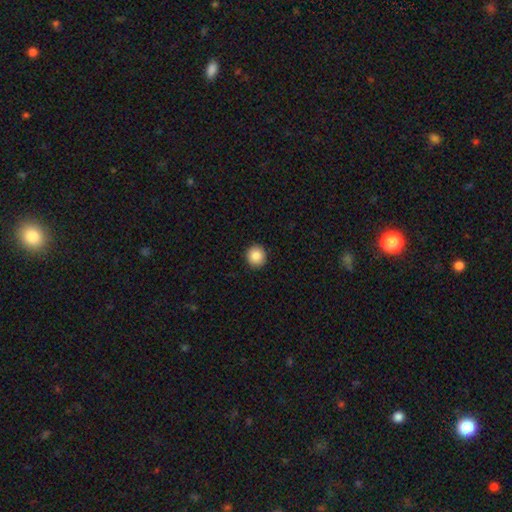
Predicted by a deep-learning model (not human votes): smooth-or-featured: smooth: 87% | star or artifact: 9% | featured or disk: 4%
  how-rounded: round: 93% | in between: 6% | cigar-shaped: 1%
  merging: none: 93% | minor disturbance: 5% | major disturbance: 1% | merger: 1%